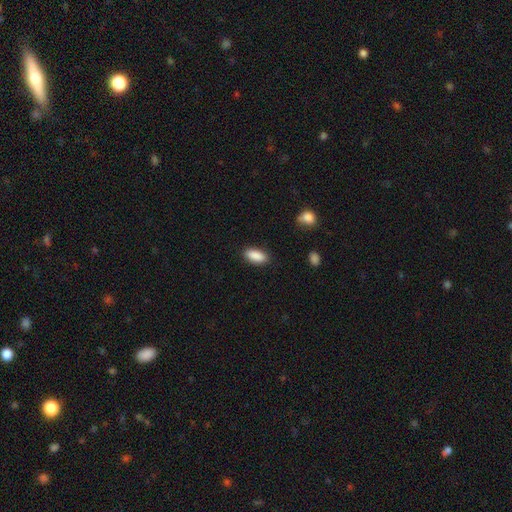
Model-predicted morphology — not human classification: type=smooth (90%); roundness=in between (85%); merging=none (87%).